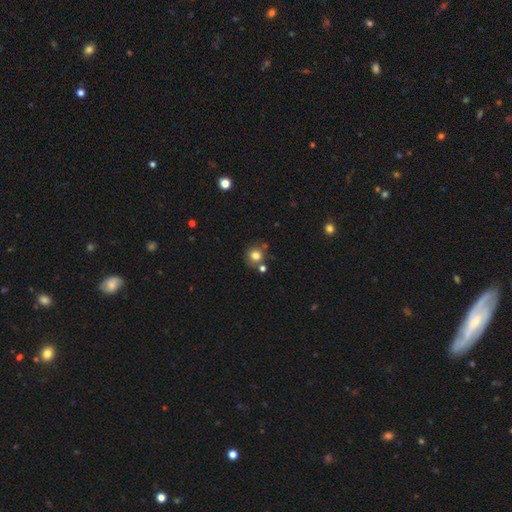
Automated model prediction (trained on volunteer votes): Morphology: type=smooth (79%); roundness=round (85%); merging=none (70%).